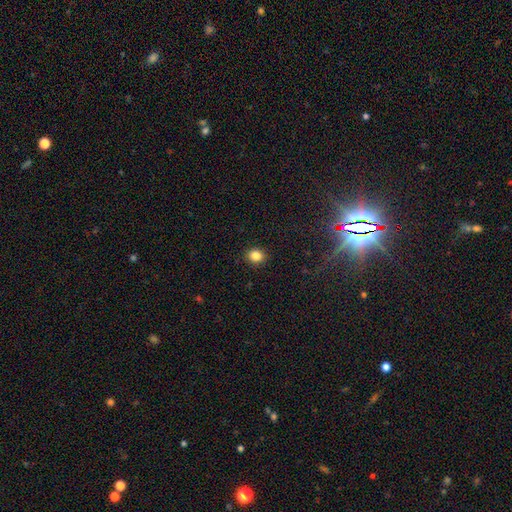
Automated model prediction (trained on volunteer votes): This appears to be a smooth galaxy with no disk features (85%) that is round (67%). Merging: none (91%).